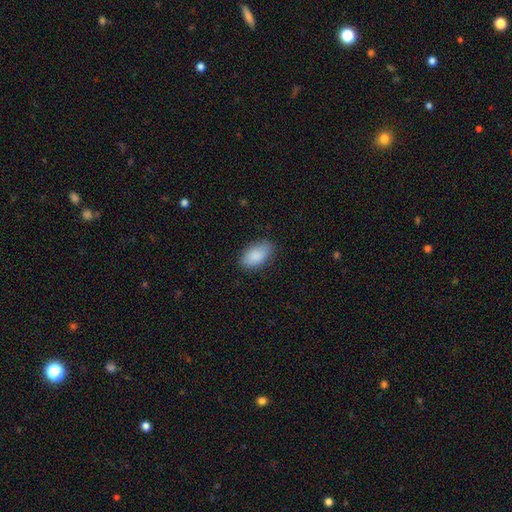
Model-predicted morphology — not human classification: smooth-or-featured: smooth: 88% | star or artifact: 6% | featured or disk: 6%
  how-rounded: in between: 93% | round: 4% | cigar-shaped: 3%
  merging: none: 84% | minor disturbance: 12% | major disturbance: 3% | merger: 1%